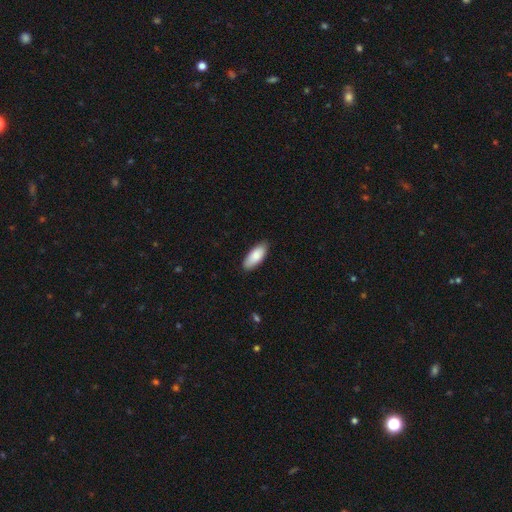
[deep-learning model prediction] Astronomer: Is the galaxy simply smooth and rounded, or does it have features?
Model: smooth — 86%.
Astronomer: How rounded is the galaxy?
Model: in between — 84%.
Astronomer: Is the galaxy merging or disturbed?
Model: none — 86%.